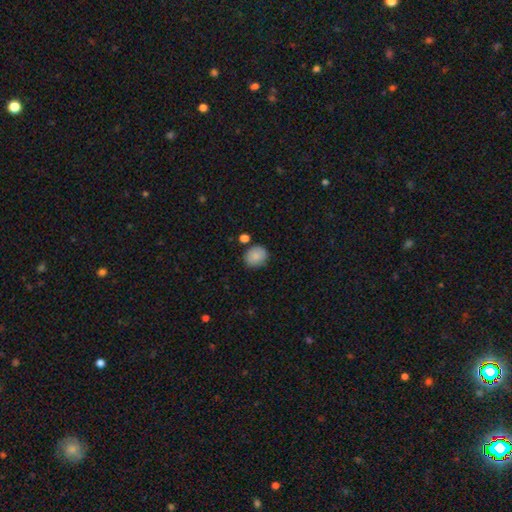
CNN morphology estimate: Smooth or featured?
  - smooth: 86% *
  - star or artifact: 8%
  - featured or disk: 6%
How rounded?
  - round: 69% *
  - in between: 30%
  - cigar-shaped: 1%
Merging?
  - none: 80% *
  - minor disturbance: 12%
  - merger: 6%
  - major disturbance: 3%